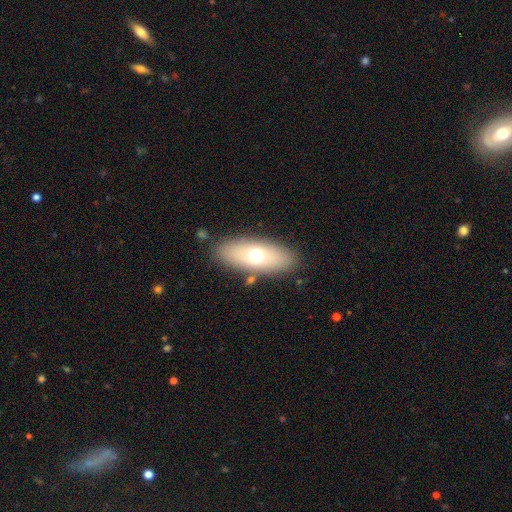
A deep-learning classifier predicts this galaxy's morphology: Smooth or featured? smooth (64%)
How rounded? in between (78%)
Merging? none (83%)